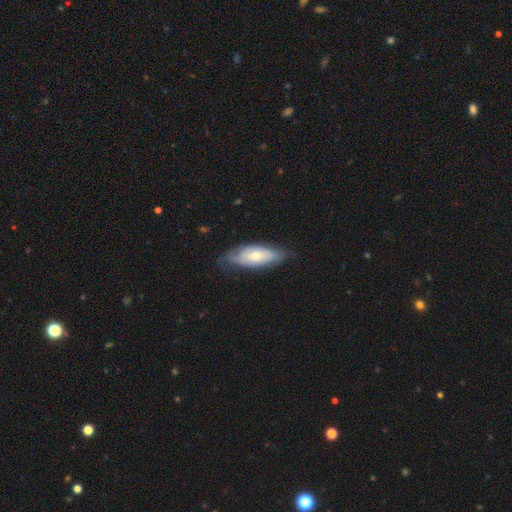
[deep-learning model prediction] This is possibly a smooth galaxy (49%). Merging: likely none (64%).